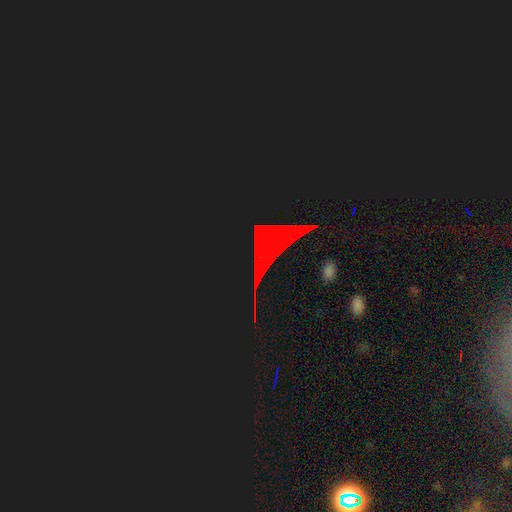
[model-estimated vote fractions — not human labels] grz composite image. It shows a star or artifact, not a galaxy (79%).